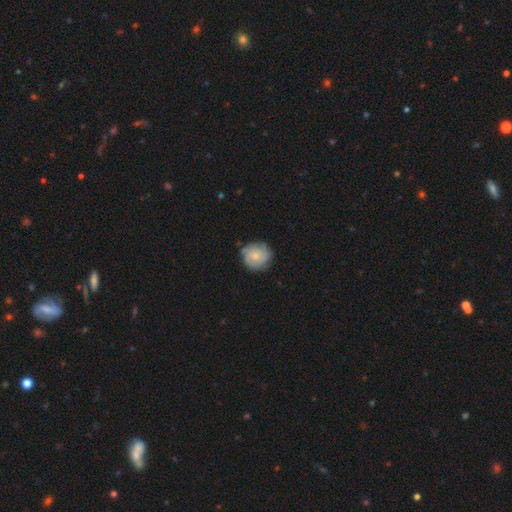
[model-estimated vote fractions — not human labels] Smooth or featured? smooth (50%)
Merging? none (76%)